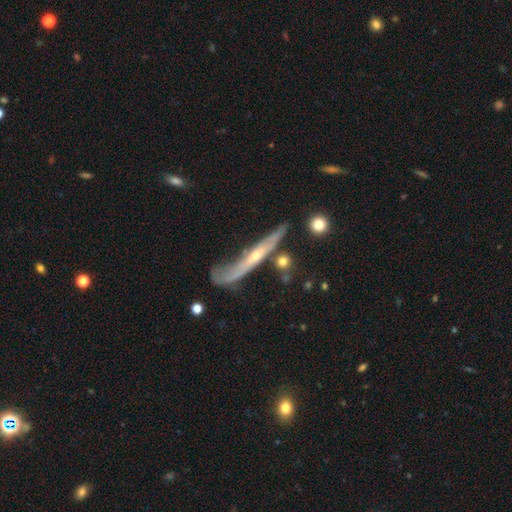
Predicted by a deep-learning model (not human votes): The model was most divided on "merging": none: 46%, minor disturbance: 26%, major disturbance: 16%, merger: 12%. More confident: edge-on disk — yes (84%); smooth or featured — featured or disk (71%); edge-on bulge — rounded (66%).